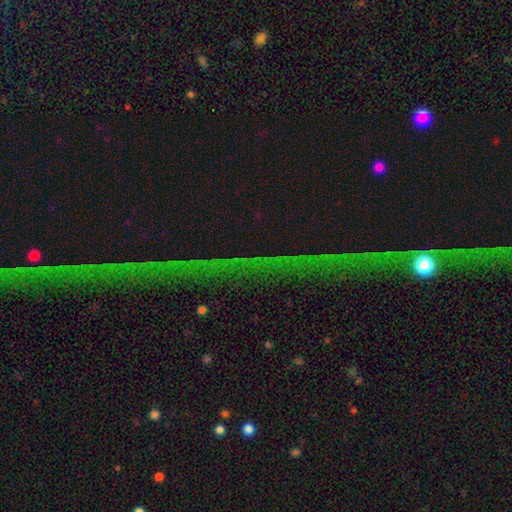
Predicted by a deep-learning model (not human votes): Smooth or featured: star or artifact — 76% (featured or disk — 14%)